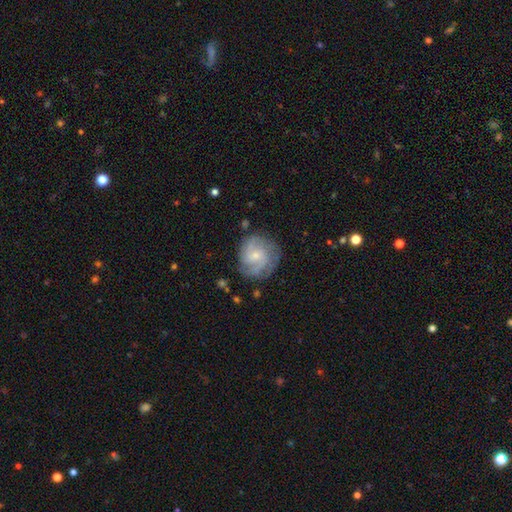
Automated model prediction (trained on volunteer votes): featured or disk 71%, smooth 23%, star or artifact 7%. Down the decision tree: edge-on disk — no (98%); bar — no (64%); spiral arms — yes (91%); spiral arm count — 2 (30%); spiral winding — tight (43%); bulge size — small (72%); merging — none (73%).